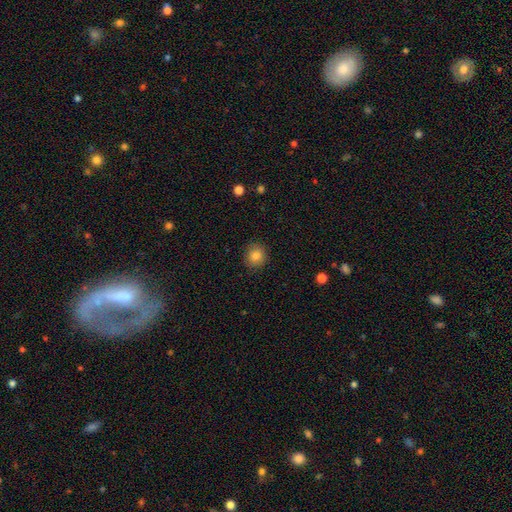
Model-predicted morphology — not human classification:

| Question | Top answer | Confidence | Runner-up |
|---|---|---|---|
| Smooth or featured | smooth | 84% | star or artifact (10%) |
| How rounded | round | 87% | in between (12%) |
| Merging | none | 89% | minor disturbance (8%) |